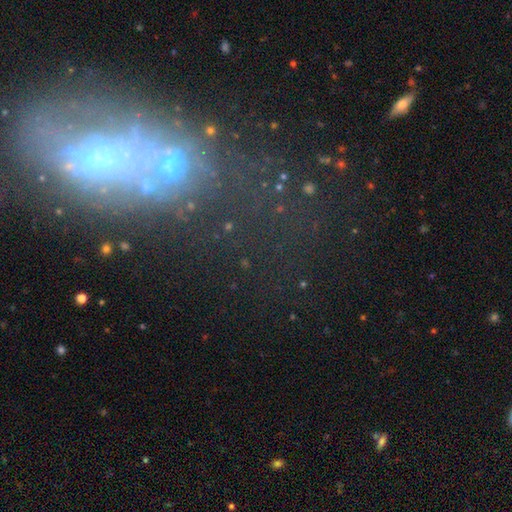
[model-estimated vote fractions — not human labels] Smooth or featured?
  - star or artifact: 38% *
  - featured or disk: 37%
  - smooth: 25%